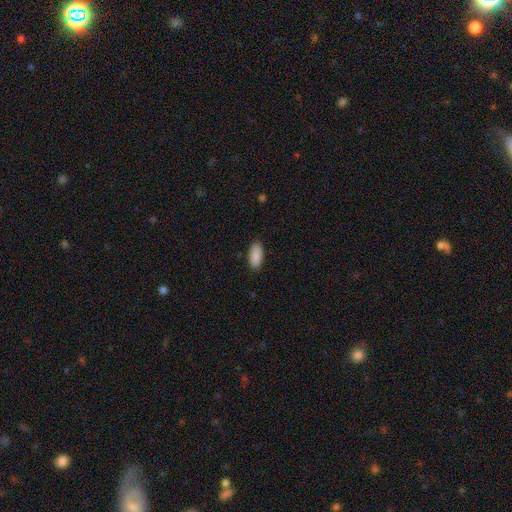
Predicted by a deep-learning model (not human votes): A smooth galaxy with no disk features (91%) that is in between round and cigar-shaped (87%). Merging: none (89%).